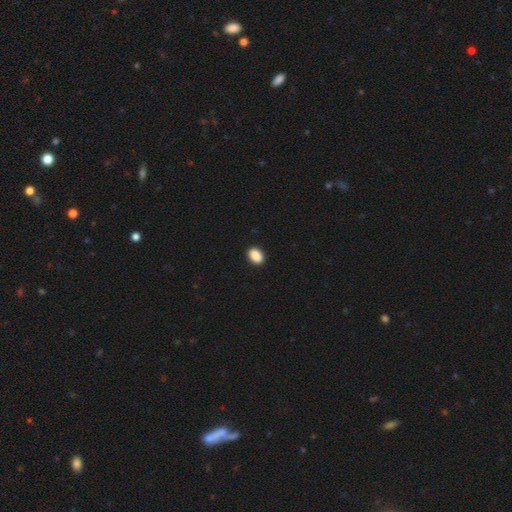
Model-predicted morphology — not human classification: This is clearly a smooth galaxy (90%). How rounded: clearly in between (83%). Merging: clearly none (92%).